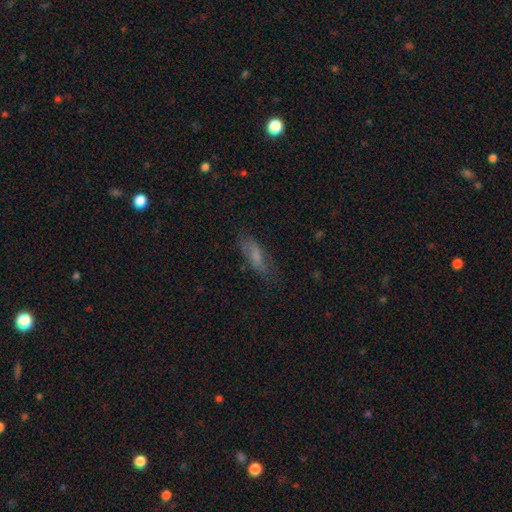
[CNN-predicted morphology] A smooth galaxy with no disk features (63%) that is in between round and cigar-shaped (52%). Merging: none (71%).